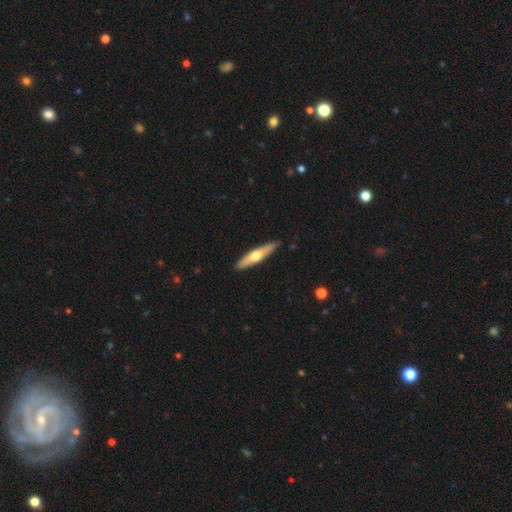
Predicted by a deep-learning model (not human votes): smooth-or-featured: smooth: 48% | featured or disk: 47% | star or artifact: 5%
  merging: none: 89% | minor disturbance: 9% | major disturbance: 1% | merger: 1%